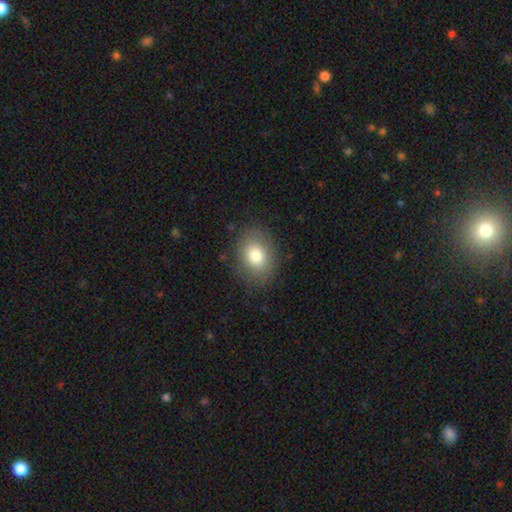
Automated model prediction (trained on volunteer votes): This is likely a smooth galaxy (79%). How rounded: likely in between (62%). Merging: clearly none (84%).